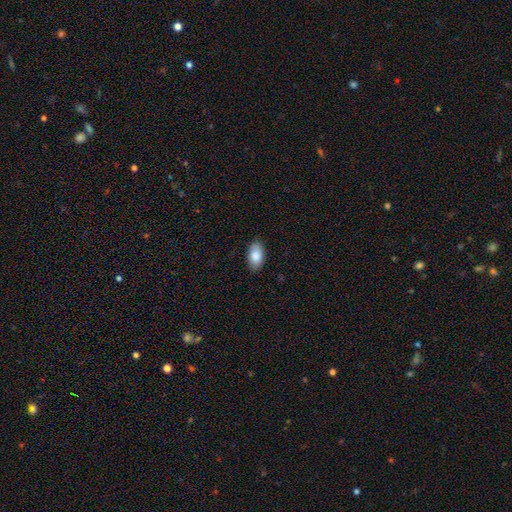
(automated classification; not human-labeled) Smooth or featured: smooth — 85% (featured or disk — 9%)
How rounded: in between — 94% (round — 4%)
Merging: none — 86% (minor disturbance — 11%)